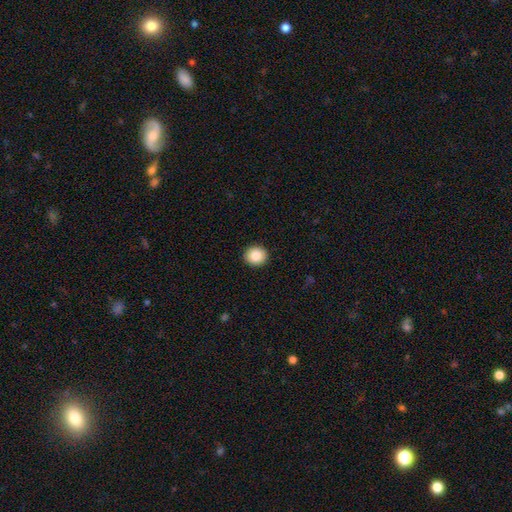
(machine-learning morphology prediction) Smooth or featured? Predicted: smooth (p=0.85). How rounded? Predicted: round (p=0.85). Merging? Predicted: none (p=0.93).